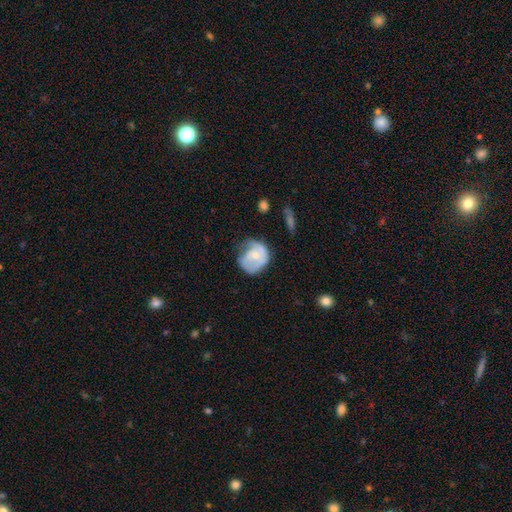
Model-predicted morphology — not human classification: Q: Smooth or featured?
A: featured or disk (48%); runner-up: smooth (46%)
Q: Merging?
A: none (39%); runner-up: minor disturbance (34%)